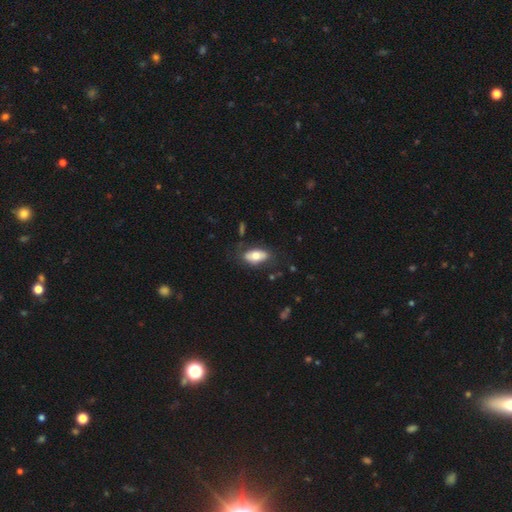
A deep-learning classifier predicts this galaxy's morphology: smooth 69%, featured or disk 25%, star or artifact 6%. Down the decision tree: how rounded — in between (91%); merging — none (75%).